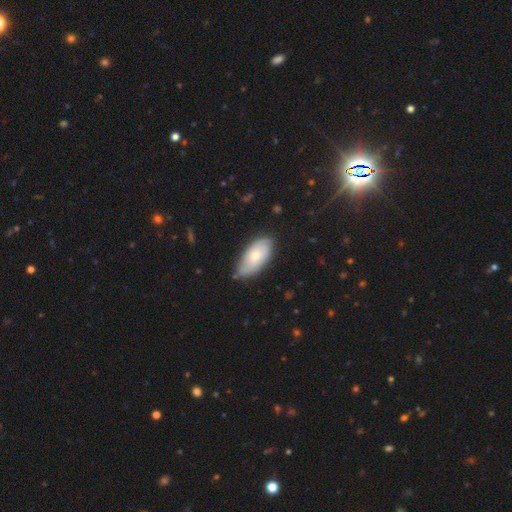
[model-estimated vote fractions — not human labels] smooth 61%, featured or disk 34%, star or artifact 6%. Down the decision tree: how rounded — in between (91%); merging — none (72%).